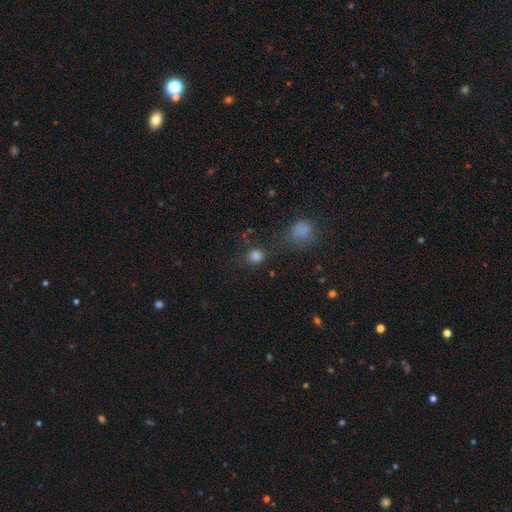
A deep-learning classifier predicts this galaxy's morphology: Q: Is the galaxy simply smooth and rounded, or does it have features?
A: smooth — 80%.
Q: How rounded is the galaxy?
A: round — 88%.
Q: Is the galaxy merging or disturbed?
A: none — 77%.